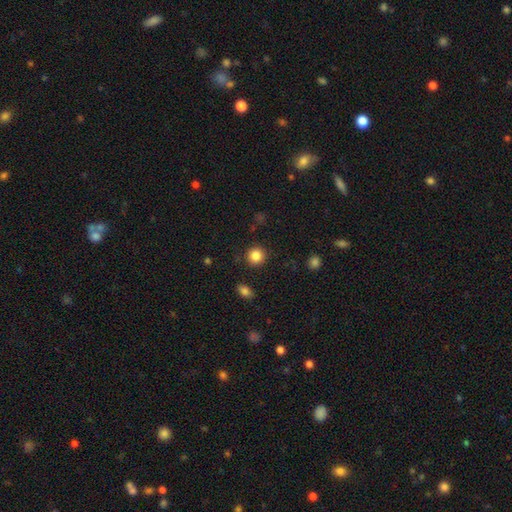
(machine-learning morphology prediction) Smooth or featured?
  - smooth: 86% *
  - star or artifact: 10%
  - featured or disk: 4%
How rounded?
  - round: 92% *
  - in between: 7%
  - cigar-shaped: 1%
Merging?
  - none: 90% *
  - minor disturbance: 6%
  - major disturbance: 2%
  - merger: 2%